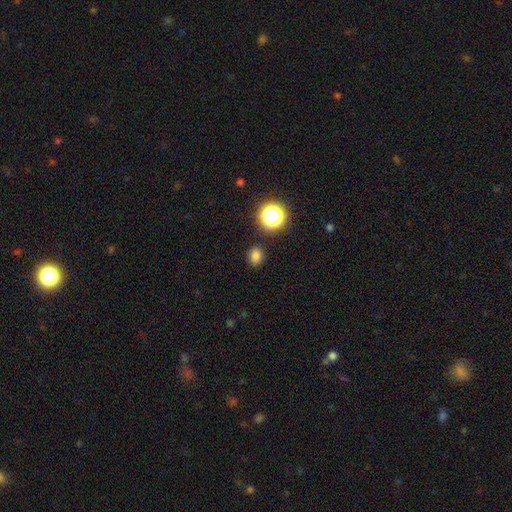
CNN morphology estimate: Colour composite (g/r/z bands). It shows a smooth galaxy with no disk features (78%) that is round (62%). Merging: none (87%).